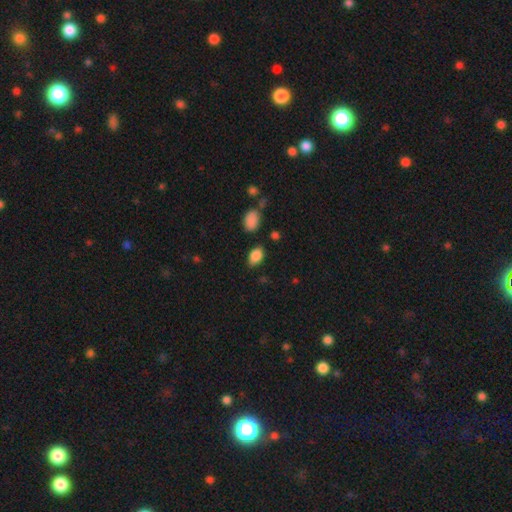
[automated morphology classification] smooth-or-featured: smooth: 87% | star or artifact: 8% | featured or disk: 5%
  how-rounded: in between: 89% | round: 10% | cigar-shaped: 2%
  merging: none: 79% | minor disturbance: 14% | major disturbance: 3% | merger: 3%